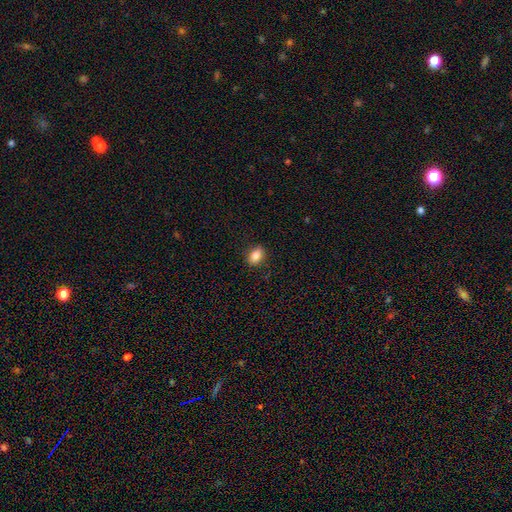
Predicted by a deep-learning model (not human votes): Smooth or featured?
  - smooth: 85% *
  - star or artifact: 9%
  - featured or disk: 6%
How rounded?
  - in between: 80% *
  - round: 18%
  - cigar-shaped: 2%
Merging?
  - none: 88% *
  - minor disturbance: 8%
  - major disturbance: 2%
  - merger: 1%